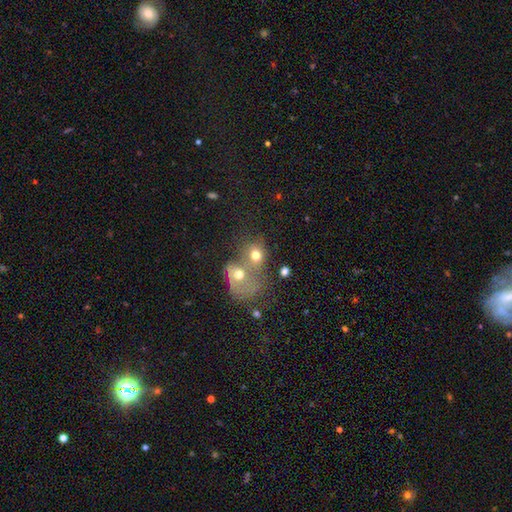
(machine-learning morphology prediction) Smooth or featured? Predicted: smooth (p=0.66). How rounded? Predicted: round (p=0.61). Merging? Predicted: merger (p=0.63).